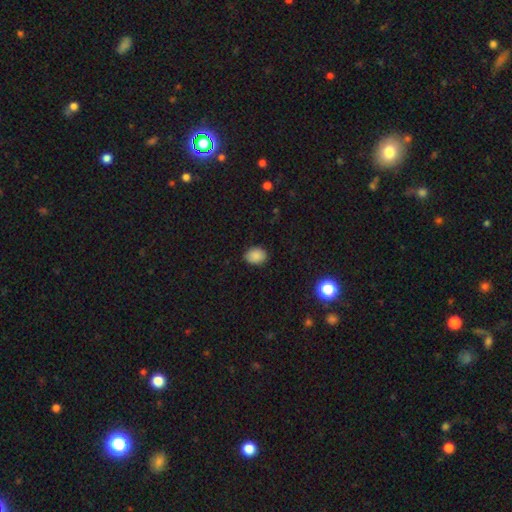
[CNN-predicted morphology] type=smooth (87%); roundness=in between (64%); merging=none (87%).